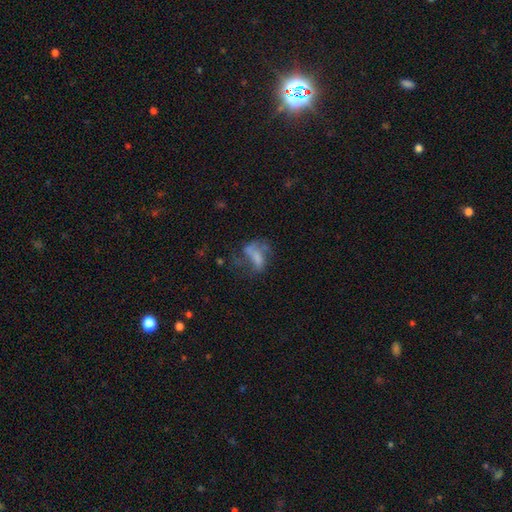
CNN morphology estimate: Smooth or featured? Predicted: featured or disk (p=0.50). Edge-on disk? Predicted: no (p=0.96). Merging? Predicted: major disturbance (p=0.46).